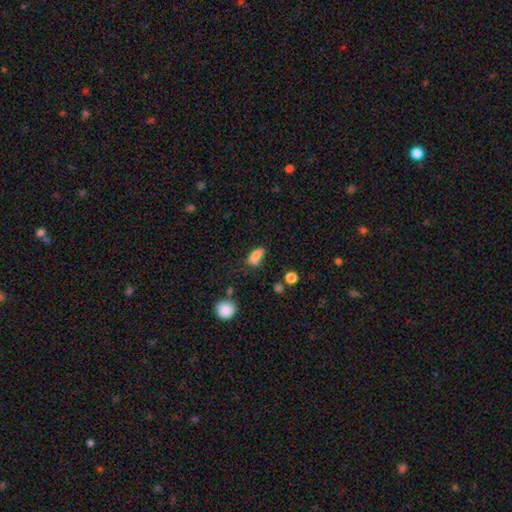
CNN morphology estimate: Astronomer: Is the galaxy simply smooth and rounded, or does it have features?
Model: smooth — 80%.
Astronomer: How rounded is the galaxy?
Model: in between — 81%.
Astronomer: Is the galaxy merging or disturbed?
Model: none — 48% (runner-up: minor disturbance, 31%).